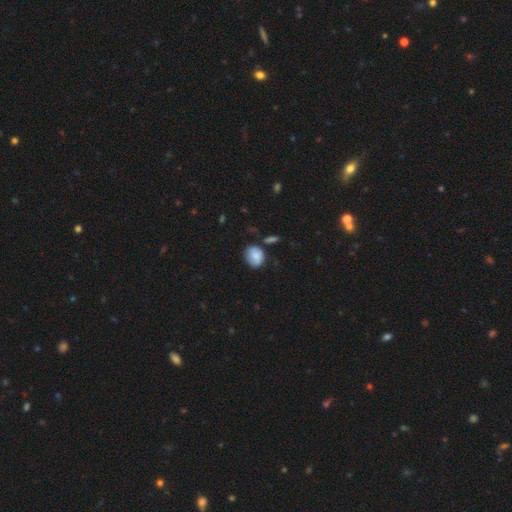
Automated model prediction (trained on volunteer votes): Smooth or featured? Predicted: smooth (p=0.81). How rounded? Predicted: round (p=0.57). Merging? Predicted: none (p=0.63).